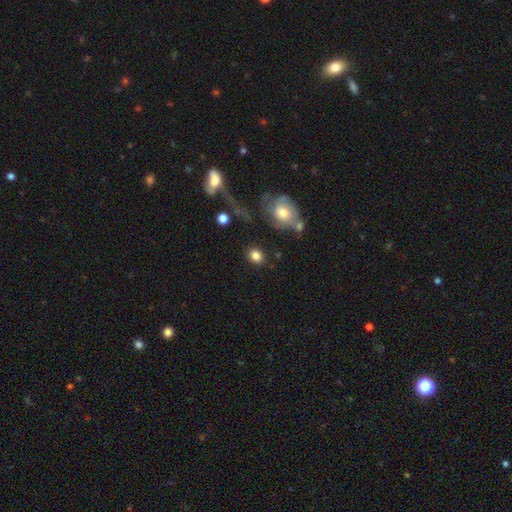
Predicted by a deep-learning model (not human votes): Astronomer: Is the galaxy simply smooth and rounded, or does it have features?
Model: smooth — 84%.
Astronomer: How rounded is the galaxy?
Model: round — 61% (runner-up: in between, 37%).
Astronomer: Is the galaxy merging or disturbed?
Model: none — 83%.